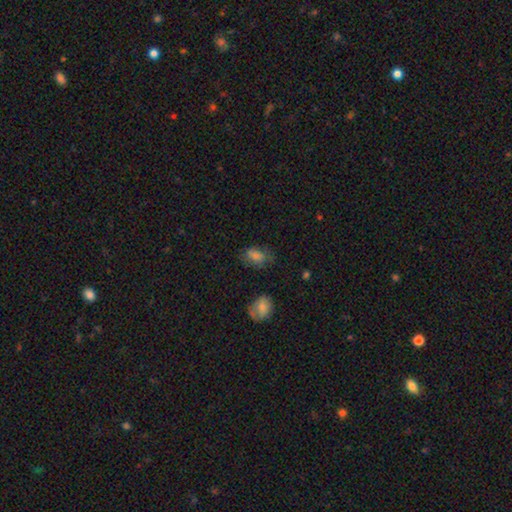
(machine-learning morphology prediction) smooth-or-featured: smooth: 74% | star or artifact: 13% | featured or disk: 13%
  how-rounded: in between: 84% | round: 13% | cigar-shaped: 2%
  merging: none: 62% | minor disturbance: 25% | major disturbance: 10% | merger: 3%